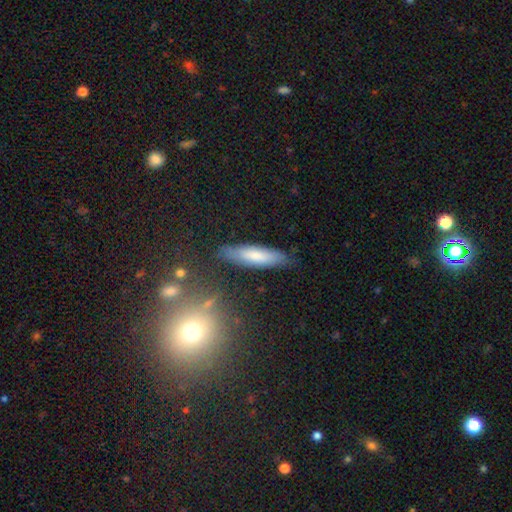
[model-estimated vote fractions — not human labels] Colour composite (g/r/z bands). It shows a smooth galaxy with no disk features (68%) that is cigar-shaped (71%). Merging: none (82%).